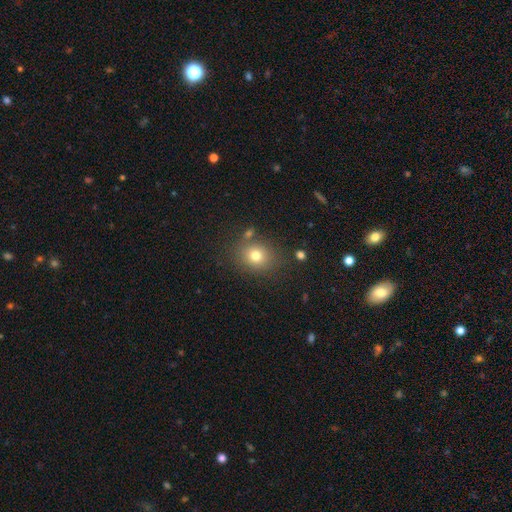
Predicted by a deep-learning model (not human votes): Smooth or featured? Predicted: smooth (p=0.76). How rounded? Predicted: round (p=0.67). Merging? Predicted: none (p=0.78).